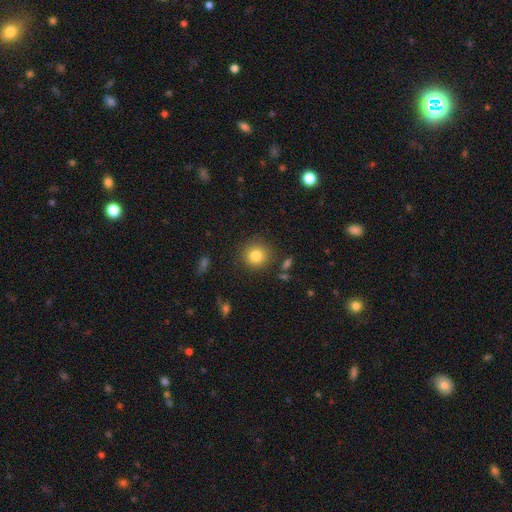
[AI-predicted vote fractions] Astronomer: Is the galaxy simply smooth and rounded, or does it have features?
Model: smooth — 82%.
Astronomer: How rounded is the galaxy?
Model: round — 93%.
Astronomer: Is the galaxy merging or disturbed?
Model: none — 87%.